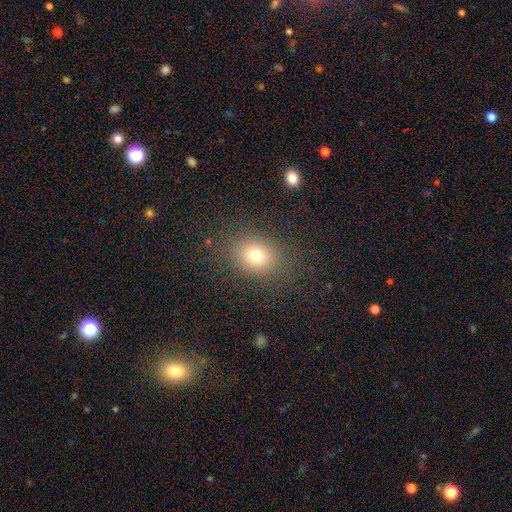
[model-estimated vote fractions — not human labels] A smooth galaxy with no disk features (75%) that is round (53%). Merging: none (84%).